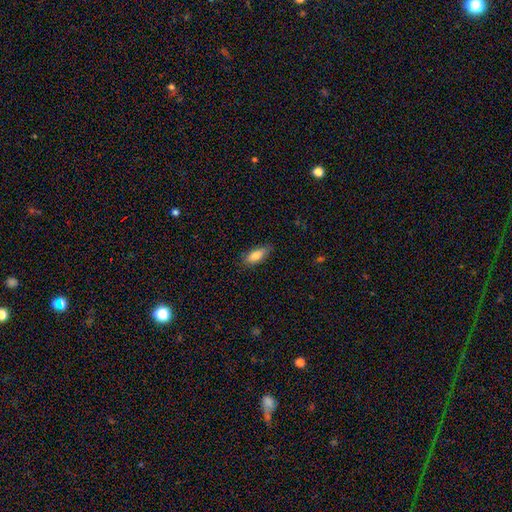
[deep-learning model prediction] smooth_or_featured: smooth (p=0.81) [alt: featured or disk p=0.12]
how_rounded: in between (p=0.79) [alt: cigar-shaped p=0.19]
merging: none (p=0.83) [alt: minor disturbance p=0.14]